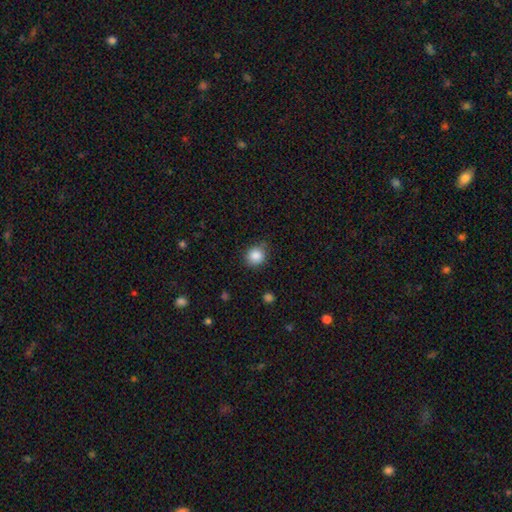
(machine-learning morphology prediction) This is clearly a smooth galaxy (87%). How rounded: clearly round (85%). Merging: likely none (79%).